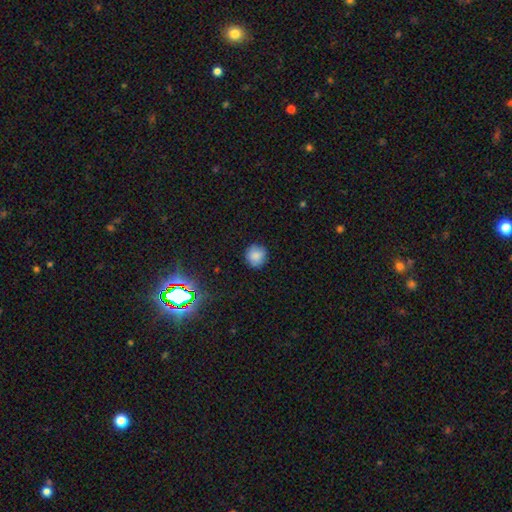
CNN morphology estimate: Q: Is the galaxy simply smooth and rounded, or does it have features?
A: smooth — 84%.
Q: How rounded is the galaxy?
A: round — 91%.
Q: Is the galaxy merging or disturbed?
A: none — 87%.